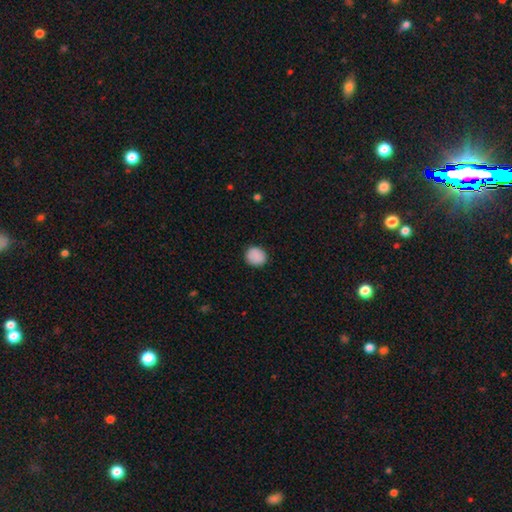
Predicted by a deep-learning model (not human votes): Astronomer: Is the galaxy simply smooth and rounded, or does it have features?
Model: smooth — 89%.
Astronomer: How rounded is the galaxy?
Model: round — 78%.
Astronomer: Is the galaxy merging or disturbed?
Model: none — 88%.